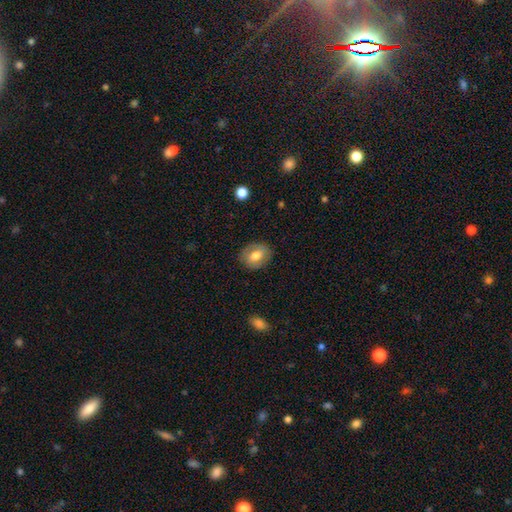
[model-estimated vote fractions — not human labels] A smooth galaxy with no disk features (65%) that is in between round and cigar-shaped (61%). Merging: none (83%).